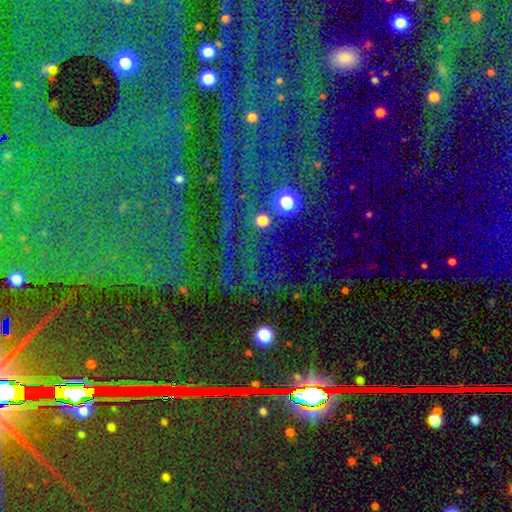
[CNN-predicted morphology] Smooth or featured: star or artifact — 83% (featured or disk — 9%)